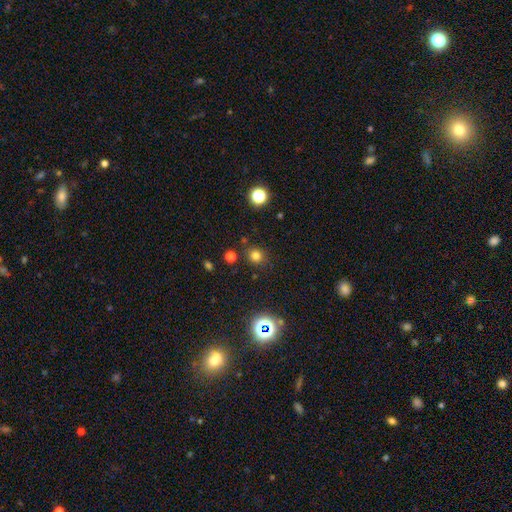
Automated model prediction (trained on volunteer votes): smooth-or-featured: smooth: 76% | star or artifact: 19% | featured or disk: 5%
  how-rounded: round: 87% | in between: 12% | cigar-shaped: 1%
  merging: none: 84% | minor disturbance: 9% | merger: 4% | major disturbance: 3%